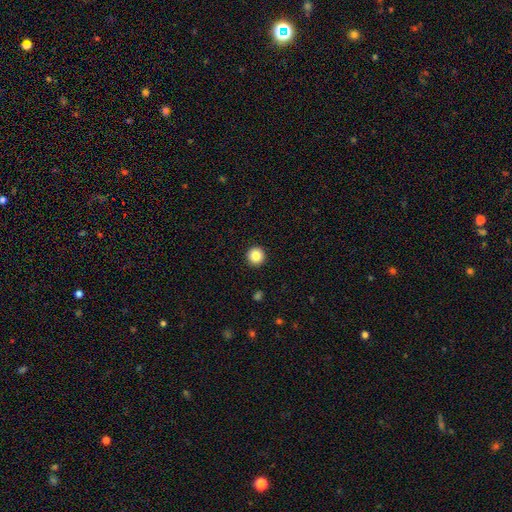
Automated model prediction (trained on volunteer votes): This is clearly a smooth galaxy (85%). How rounded: clearly round (96%). Merging: clearly none (94%).